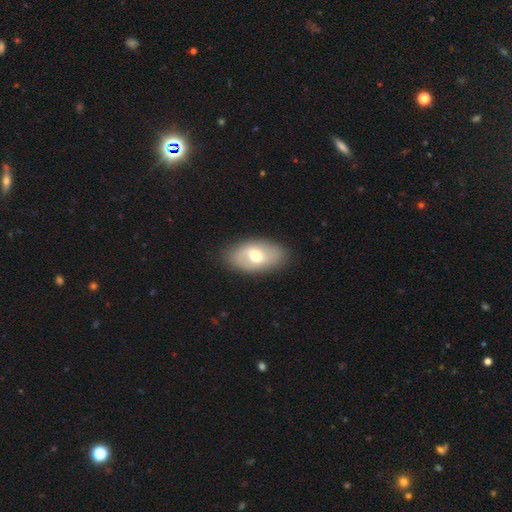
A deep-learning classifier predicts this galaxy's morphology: A smooth galaxy with no disk features (50%).

Vote fractions:
- Smooth or featured? smooth: 50% / featured or disk: 44% / star or artifact: 6%
- Merging? none: 84% / minor disturbance: 11% / major disturbance: 3% / merger: 1%